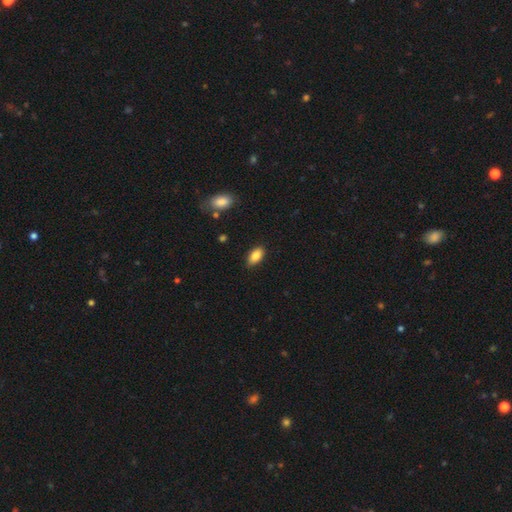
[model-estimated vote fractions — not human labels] smooth 85%, featured or disk 8%, star or artifact 8%. Down the decision tree: how rounded — in between (91%); merging — none (86%).